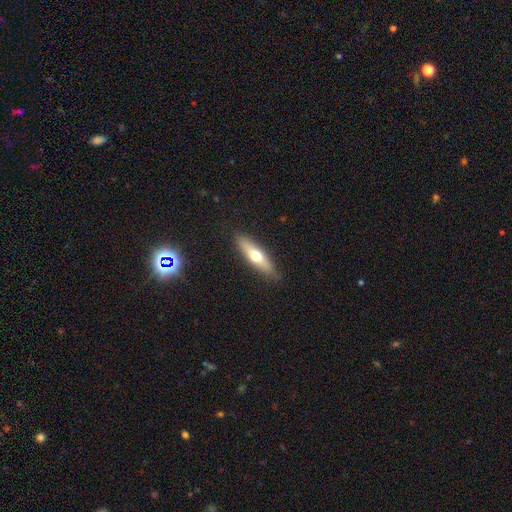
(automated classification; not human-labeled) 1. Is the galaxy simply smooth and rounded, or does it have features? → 56% smooth, 38% featured or disk, 6% star or artifact.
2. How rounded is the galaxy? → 65% cigar-shaped, 33% in between, 2% round.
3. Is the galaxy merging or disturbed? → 86% none, 10% minor disturbance, 2% major disturbance, 1% merger.